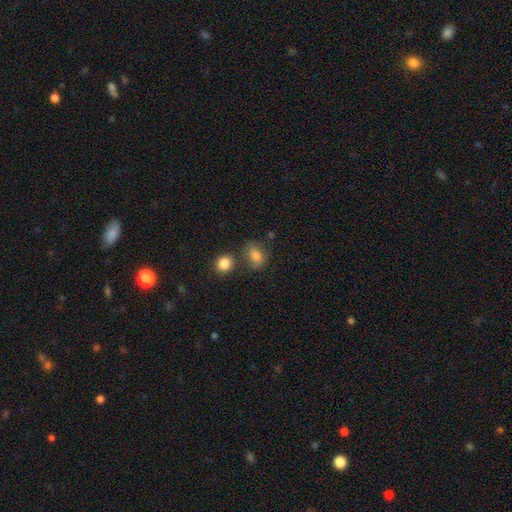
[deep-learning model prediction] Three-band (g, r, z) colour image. It shows a smooth galaxy with no disk features (80%) that is in between round and cigar-shaped (68%). Merging: none (65%).